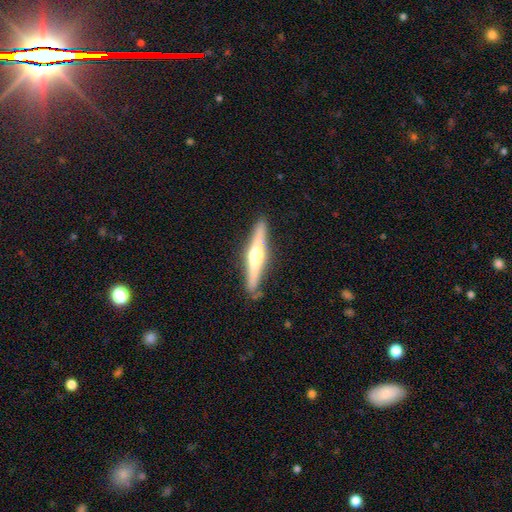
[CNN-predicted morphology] Overall: featured or disk (68%). Edge-on disk: yes (97%). Edge-on bulge: rounded (91%). Merging: none (87%).